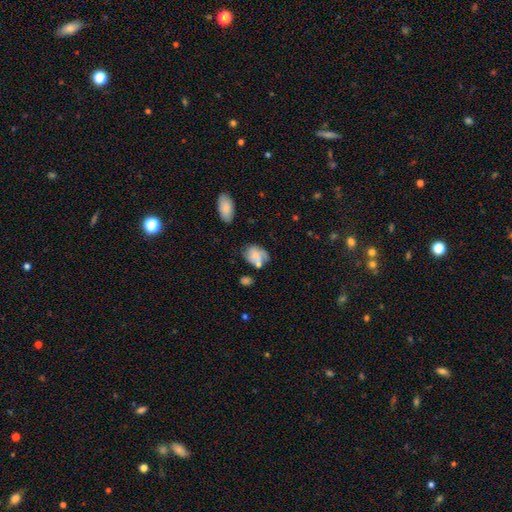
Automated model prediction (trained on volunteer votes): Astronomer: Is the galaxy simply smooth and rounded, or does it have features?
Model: smooth — 58%.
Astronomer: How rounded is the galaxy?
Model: in between — 66%.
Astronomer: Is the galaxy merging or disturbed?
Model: none — 43% (runner-up: minor disturbance, 27%).